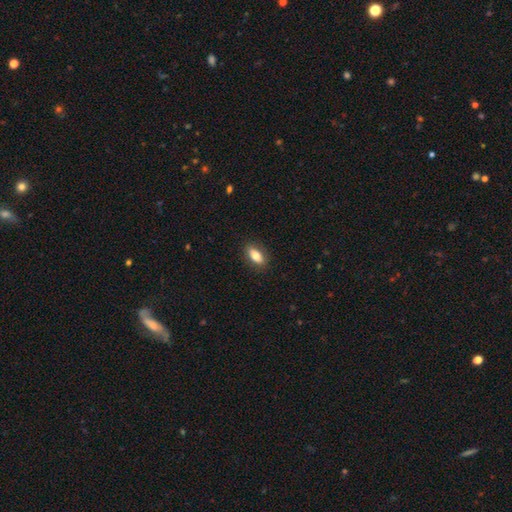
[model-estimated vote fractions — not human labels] Smooth or featured? Predicted: smooth (p=0.74). How rounded? Predicted: in between (p=0.85). Merging? Predicted: none (p=0.86).